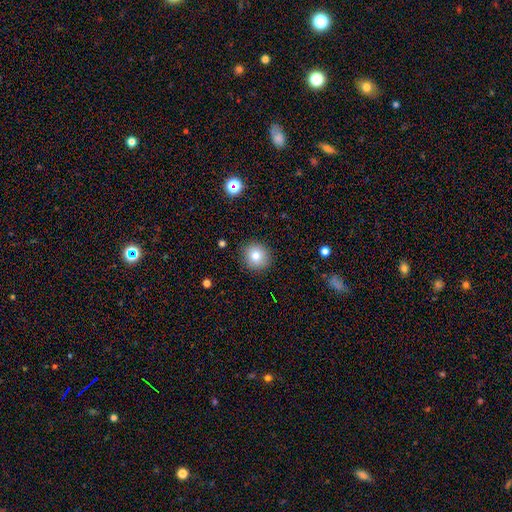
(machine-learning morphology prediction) smooth_or_featured: smooth (p=0.79) [alt: star or artifact p=0.11]
how_rounded: round (p=0.90) [alt: in between p=0.09]
merging: none (p=0.89) [alt: minor disturbance p=0.08]